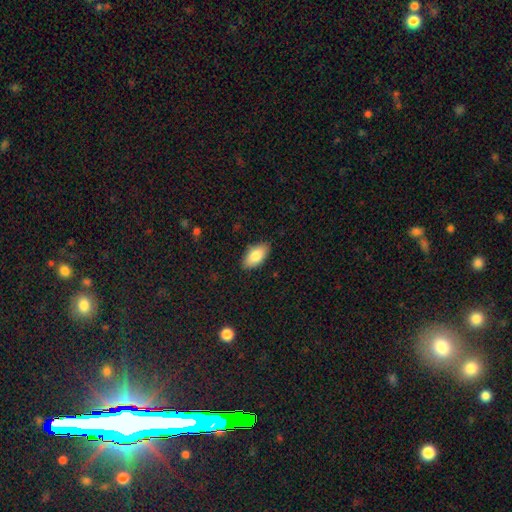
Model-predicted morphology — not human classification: Smooth or featured: smooth — 82% (featured or disk — 12%)
How rounded: in between — 93% (cigar-shaped — 3%)
Merging: none — 86% (minor disturbance — 11%)